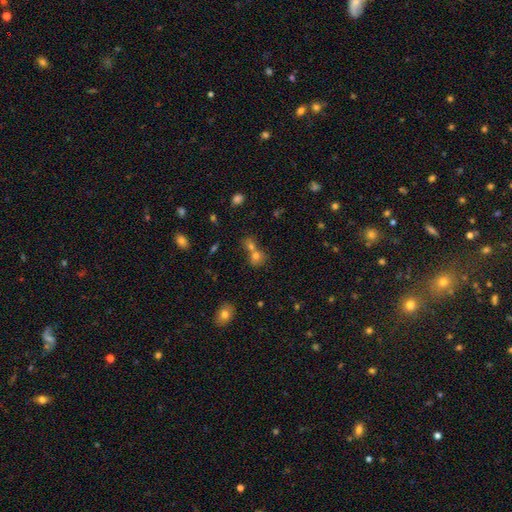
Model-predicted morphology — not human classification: Smooth or featured?
  - smooth: 72% *
  - star or artifact: 15%
  - featured or disk: 13%
How rounded?
  - round: 69% *
  - in between: 29%
  - cigar-shaped: 2%
Merging?
  - merger: 54% *
  - none: 35%
  - minor disturbance: 7%
  - major disturbance: 3%